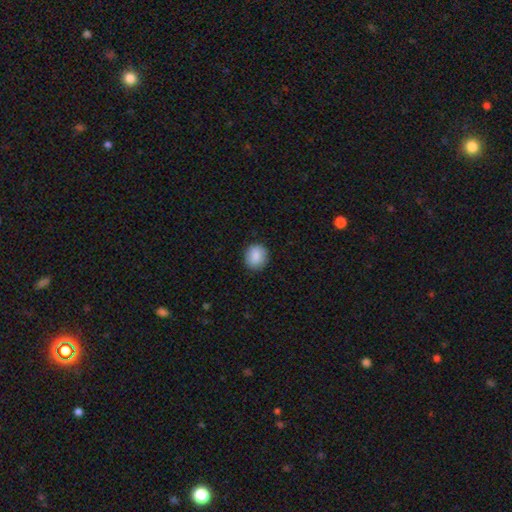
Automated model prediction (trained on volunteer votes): Smooth or featured: smooth — 87% (star or artifact — 8%)
How rounded: round — 82% (in between — 17%)
Merging: none — 88% (minor disturbance — 9%)